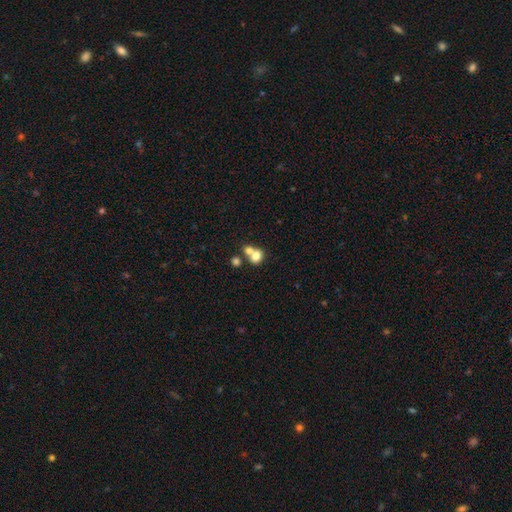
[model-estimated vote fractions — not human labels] Q: Smooth or featured?
A: smooth (75%); runner-up: featured or disk (14%)
Q: How rounded?
A: round (57%); runner-up: in between (42%)
Q: Merging?
A: merger (56%); runner-up: none (33%)